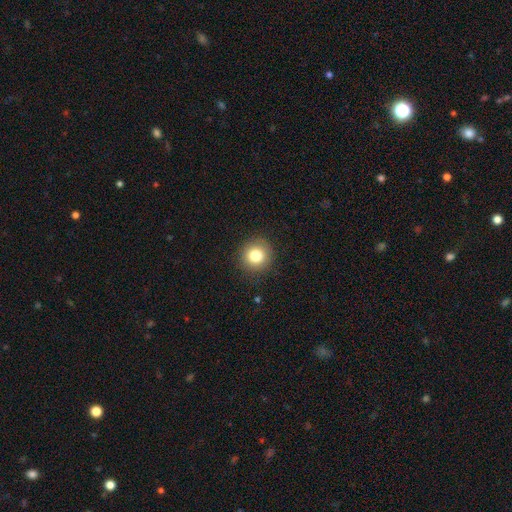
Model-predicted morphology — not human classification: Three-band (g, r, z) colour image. It shows a smooth galaxy with no disk features (81%) that is round (92%). Merging: none (90%).